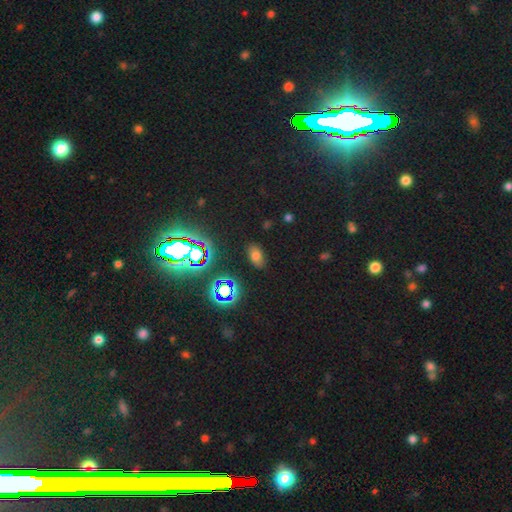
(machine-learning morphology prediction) Smooth or featured: smooth — 62% (star or artifact — 30%)
How rounded: in between — 87% (round — 11%)
Merging: none — 85% (minor disturbance — 10%)